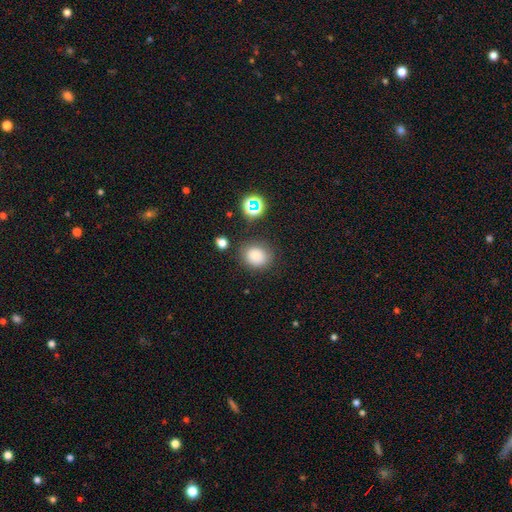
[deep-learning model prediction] The model was most divided on "how rounded": round: 65%, in between: 34%, cigar-shaped: 1%. More confident: smooth or featured — smooth (81%); merging — none (78%).